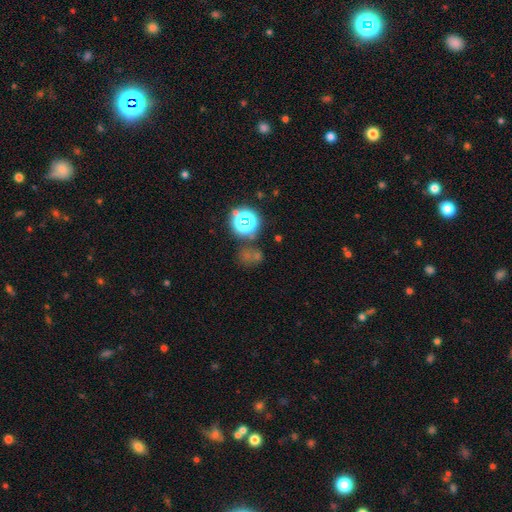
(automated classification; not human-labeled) Smooth or featured? Predicted: star or artifact (p=0.52).